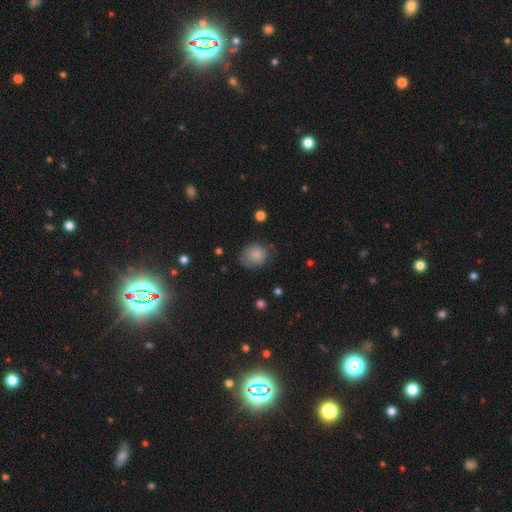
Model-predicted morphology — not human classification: A smooth galaxy with no disk features (83%) that is round (54%). Merging: none (65%).